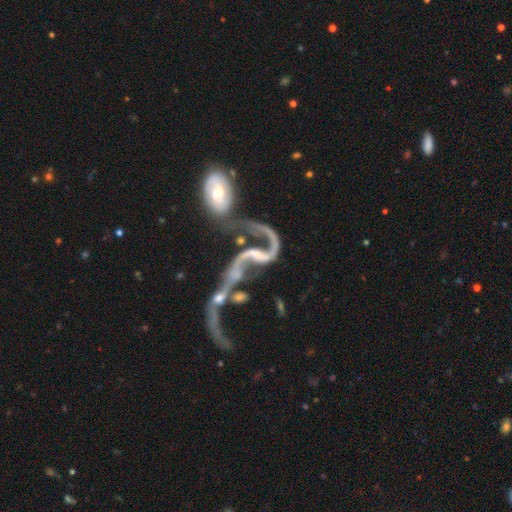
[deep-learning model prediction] featured or disk 86%, star or artifact 7%, smooth 7%. Down the decision tree: edge-on disk — no (96%); bar — no (44%); spiral arms — yes (87%); spiral arm count — 2 (85%); spiral winding — loose (88%); bulge size — small (46%); merging — merger (50%).